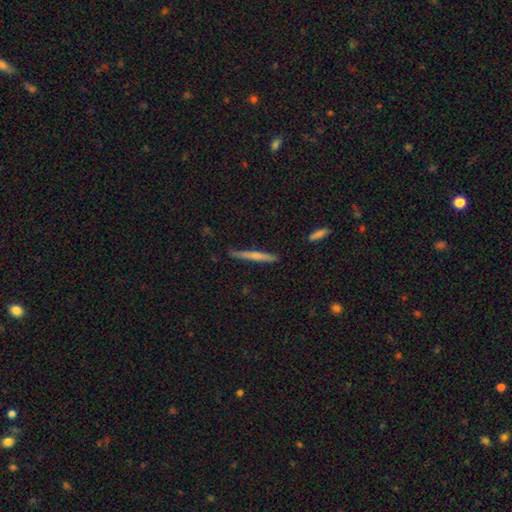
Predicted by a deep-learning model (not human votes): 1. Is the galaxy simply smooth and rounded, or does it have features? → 59% smooth, 35% featured or disk, 6% star or artifact.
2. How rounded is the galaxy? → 96% cigar-shaped, 3% in between, 1% round.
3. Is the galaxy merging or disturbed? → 79% none, 16% minor disturbance, 3% major disturbance, 2% merger.